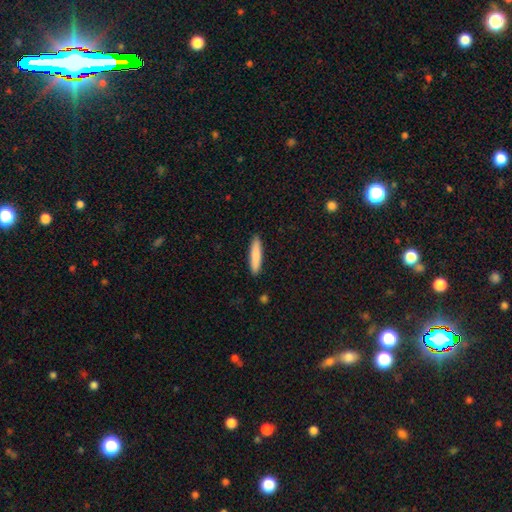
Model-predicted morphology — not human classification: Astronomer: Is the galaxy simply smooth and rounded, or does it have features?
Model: smooth — 85%.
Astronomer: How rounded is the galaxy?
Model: cigar-shaped — 87%.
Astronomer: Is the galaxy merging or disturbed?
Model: none — 91%.